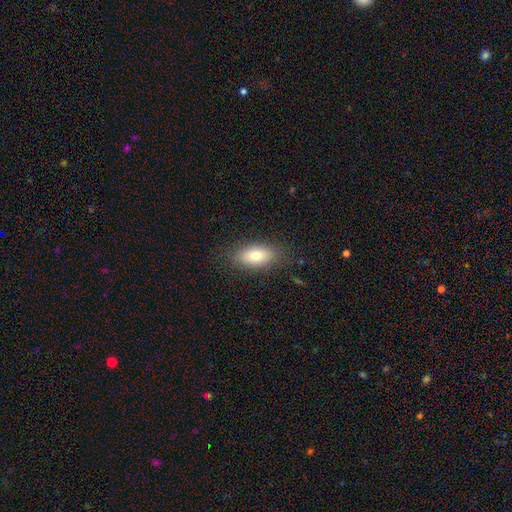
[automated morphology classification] Overall: smooth (77%). How rounded: in between (86%). Merging: none (85%).